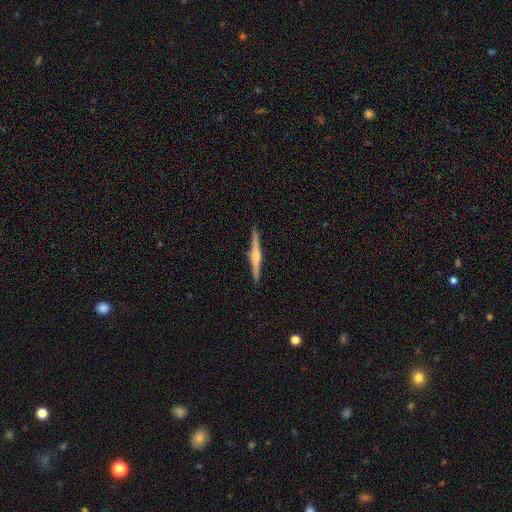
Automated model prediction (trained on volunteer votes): Overall: featured or disk (73%). Edge-on disk: yes (98%). Edge-on bulge: rounded (81%). Merging: none (92%).